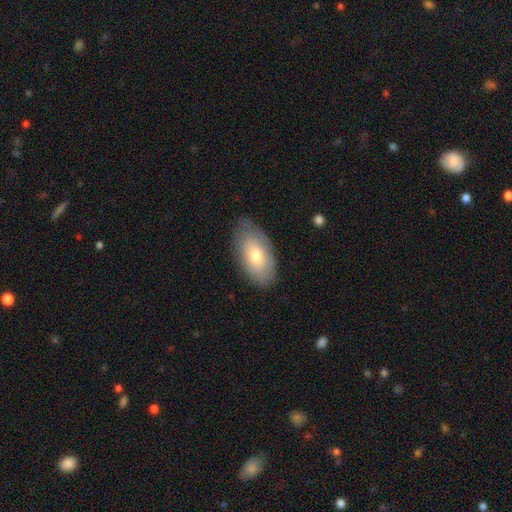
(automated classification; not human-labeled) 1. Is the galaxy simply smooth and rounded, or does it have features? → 70% smooth, 23% featured or disk, 6% star or artifact.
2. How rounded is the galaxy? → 93% in between, 4% round, 3% cigar-shaped.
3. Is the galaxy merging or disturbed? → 77% none, 18% minor disturbance, 4% major disturbance, 1% merger.